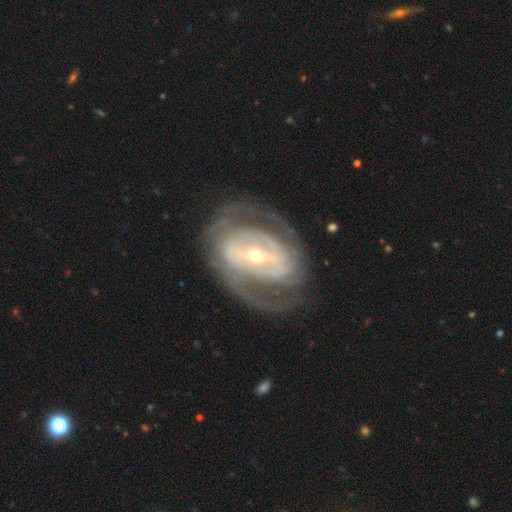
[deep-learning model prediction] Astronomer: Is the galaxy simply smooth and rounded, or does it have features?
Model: featured or disk — 88%.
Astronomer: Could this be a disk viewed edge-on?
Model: no — 96%.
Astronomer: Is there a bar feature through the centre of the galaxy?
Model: strong — 46% (runner-up: weak, 33%).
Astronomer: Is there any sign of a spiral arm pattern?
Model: yes — 88%.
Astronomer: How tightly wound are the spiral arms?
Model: tight — 50% (runner-up: medium, 38%).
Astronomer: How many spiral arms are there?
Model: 2 — 55%.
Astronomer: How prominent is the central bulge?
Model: small — 60%.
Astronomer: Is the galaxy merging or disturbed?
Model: none — 68%.